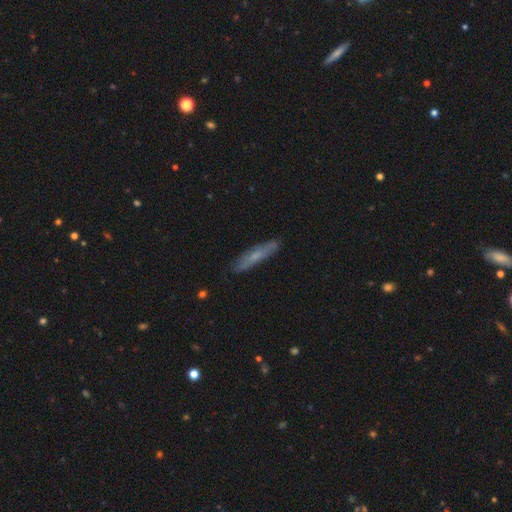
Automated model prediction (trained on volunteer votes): A smooth galaxy with no disk features (57%) that is cigar-shaped (88%).

Vote fractions:
- Smooth or featured? smooth: 57% / featured or disk: 36% / star or artifact: 7%
- How rounded? cigar-shaped: 88% / in between: 10% / round: 2%
- Merging? none: 85% / minor disturbance: 11% / major disturbance: 2% / merger: 1%